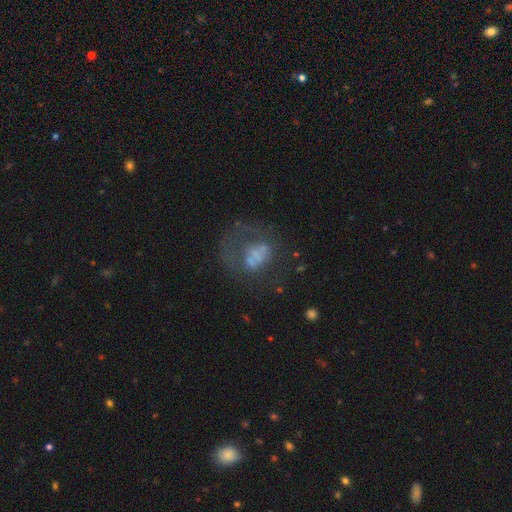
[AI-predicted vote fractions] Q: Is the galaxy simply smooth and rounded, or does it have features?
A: featured or disk — 48%.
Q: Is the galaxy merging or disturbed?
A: major disturbance — 39%.